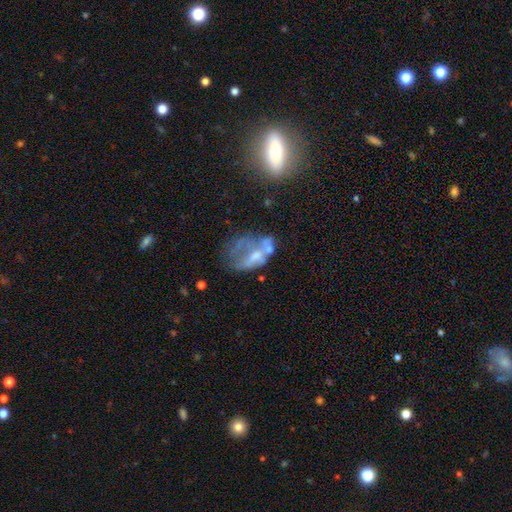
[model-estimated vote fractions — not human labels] featured or disk 56%, smooth 28%, star or artifact 15%. Down the decision tree: edge-on disk — no (96%); bar — no (78%); spiral arms — no (84%); bulge size — moderate (32%, tied with small); merging — major disturbance (32%).